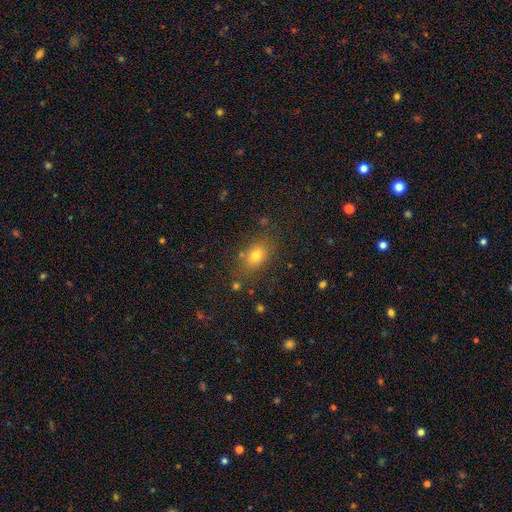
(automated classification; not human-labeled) Smooth or featured?
  - smooth: 74% *
  - star or artifact: 16%
  - featured or disk: 10%
How rounded?
  - in between: 70% *
  - round: 28%
  - cigar-shaped: 3%
Merging?
  - none: 79% *
  - minor disturbance: 13%
  - major disturbance: 4%
  - merger: 4%